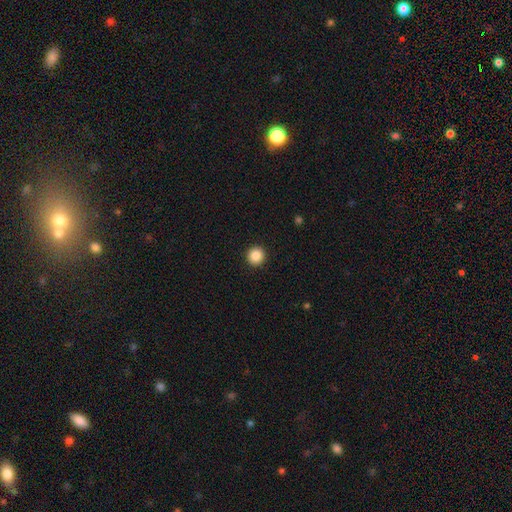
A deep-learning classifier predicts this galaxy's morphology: Q: Smooth or featured?
A: smooth (88%); runner-up: star or artifact (9%)
Q: How rounded?
A: round (95%); runner-up: in between (4%)
Q: Merging?
A: none (94%); runner-up: minor disturbance (4%)